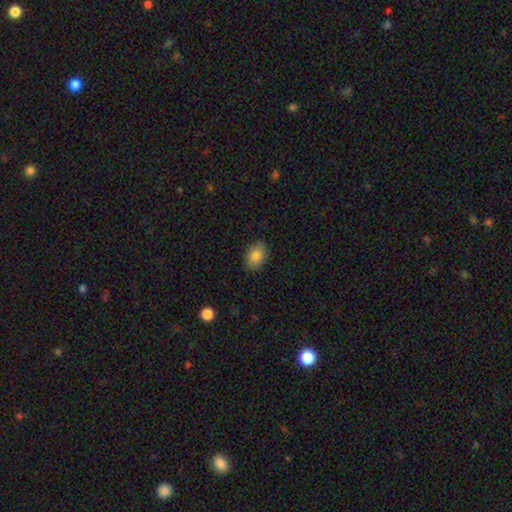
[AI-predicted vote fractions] A smooth galaxy with no disk features (85%) that is in between round and cigar-shaped (77%).

Vote fractions:
- Smooth or featured? smooth: 85% / star or artifact: 8% / featured or disk: 7%
- How rounded? in between: 77% / round: 22% / cigar-shaped: 1%
- Merging? none: 87% / minor disturbance: 10% / major disturbance: 2% / merger: 1%